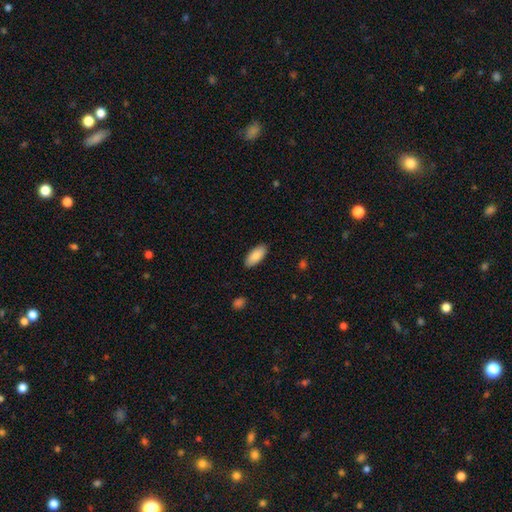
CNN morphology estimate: type=smooth (88%); roundness=in between (87%); merging=none (89%).